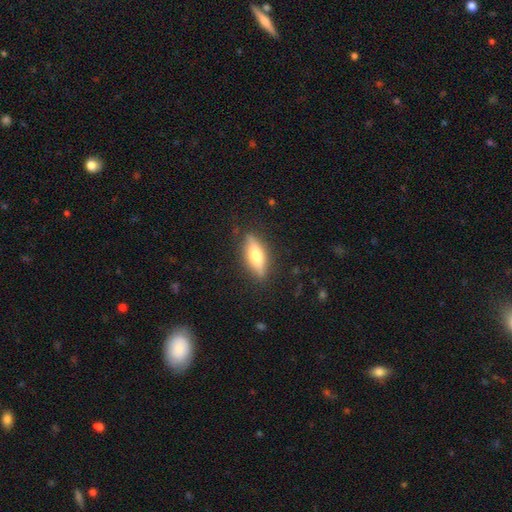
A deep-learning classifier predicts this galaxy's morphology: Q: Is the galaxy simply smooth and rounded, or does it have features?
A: smooth — 49%.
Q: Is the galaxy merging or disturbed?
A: none — 84%.